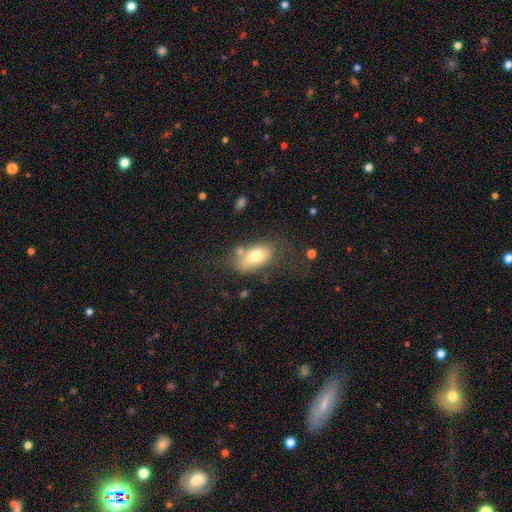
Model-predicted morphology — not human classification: Smooth or featured? Predicted: smooth (p=0.71). How rounded? Predicted: in between (p=0.90). Merging? Predicted: none (p=0.55).